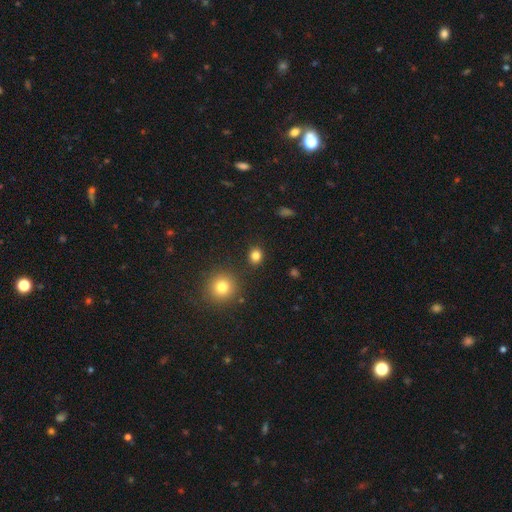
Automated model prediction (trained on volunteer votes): smooth 82%, star or artifact 13%, featured or disk 5%. Down the decision tree: how rounded — round (74%); merging — none (88%).